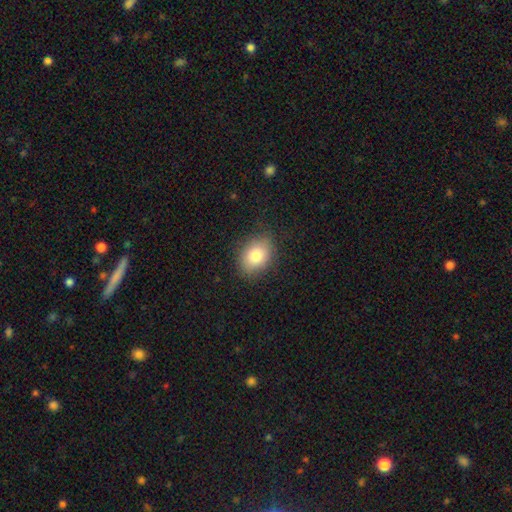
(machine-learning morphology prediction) This appears to be a smooth galaxy with no disk features (81%) that is in between round and cigar-shaped (70%). Merging: none (82%).